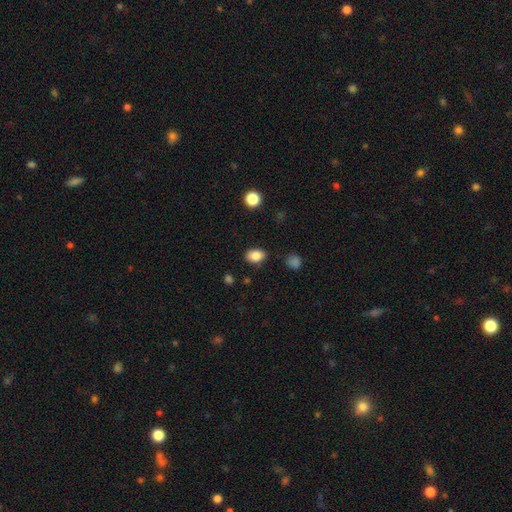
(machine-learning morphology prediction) This is clearly a smooth galaxy (84%). How rounded: likely in between (79%). Merging: clearly none (84%).